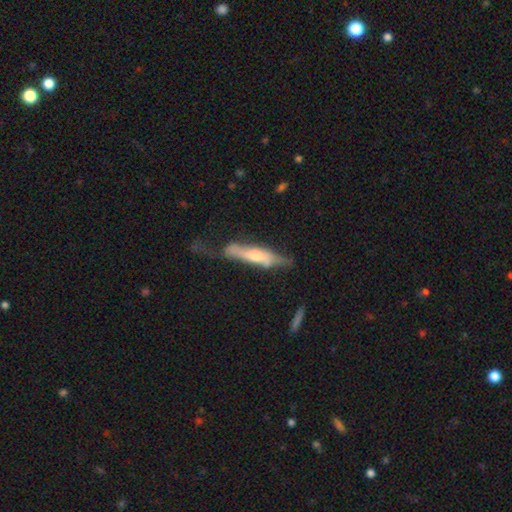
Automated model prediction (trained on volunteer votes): Smooth or featured: featured or disk — 54% (smooth — 40%)
Edge-on disk: yes — 70% (no — 30%)
Merging: none — 41% (minor disturbance — 32%)